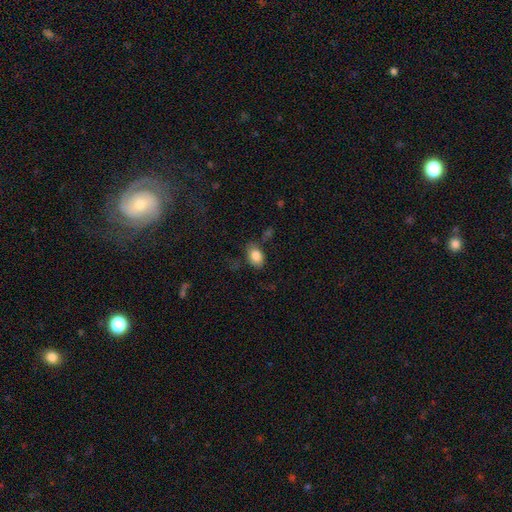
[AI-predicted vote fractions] Smooth or featured? Predicted: smooth (p=0.84). How rounded? Predicted: in between (p=0.83). Merging? Predicted: none (p=0.69).